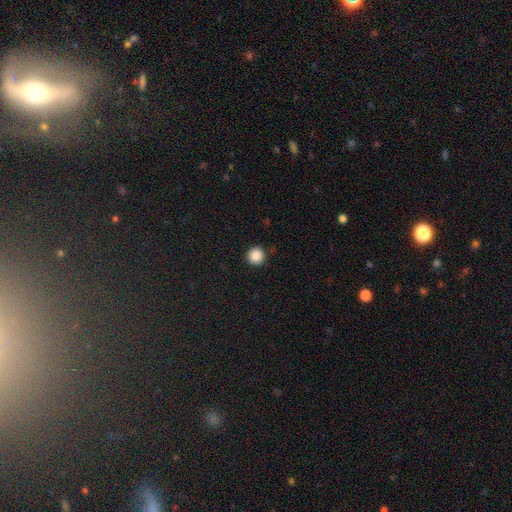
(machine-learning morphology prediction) A smooth galaxy with no disk features (88%) that is round (96%).

Vote fractions:
- Smooth or featured? smooth: 88% / star or artifact: 9% / featured or disk: 3%
- How rounded? round: 96% / in between: 3% / cigar-shaped: 1%
- Merging? none: 92% / minor disturbance: 5% / major disturbance: 2% / merger: 1%